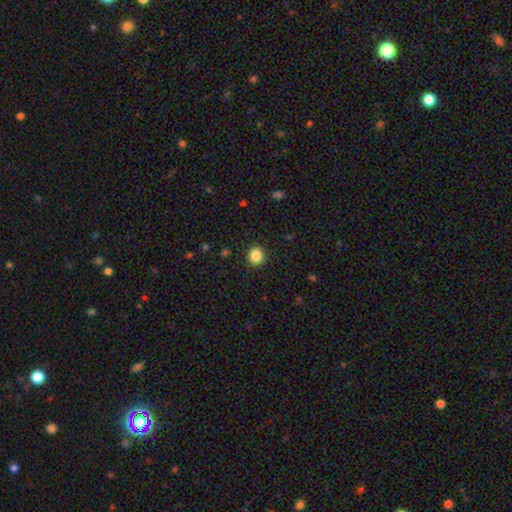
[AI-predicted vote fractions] A smooth galaxy with no disk features (86%) that is round (89%). Merging: none (91%).